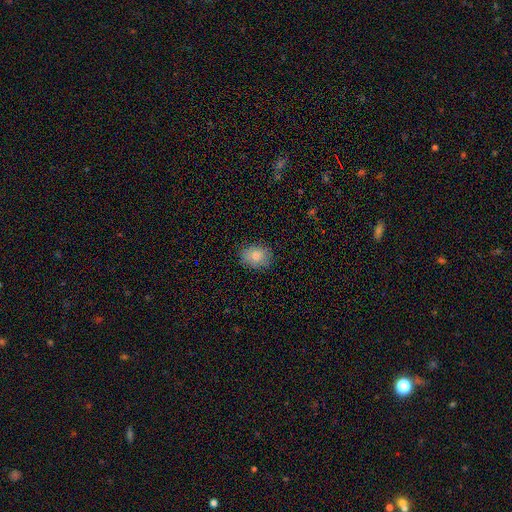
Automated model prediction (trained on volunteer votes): smooth_or_featured: smooth (p=0.83) [alt: star or artifact p=0.08]
how_rounded: in between (p=0.57) [alt: round p=0.42]
merging: none (p=0.84) [alt: minor disturbance p=0.12]